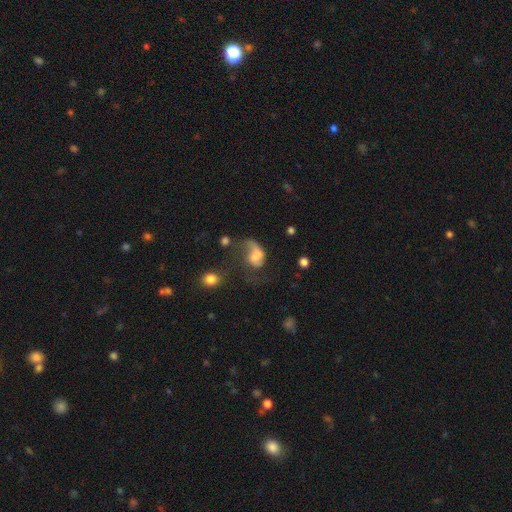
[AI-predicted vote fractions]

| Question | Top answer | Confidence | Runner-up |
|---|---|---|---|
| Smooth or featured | featured or disk | 48% | smooth (42%) |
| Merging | major disturbance | 53% | none (19%) |